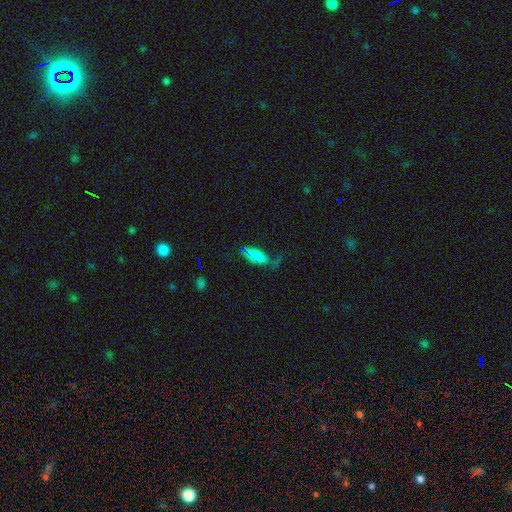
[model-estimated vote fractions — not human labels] Smooth or featured? smooth (59%)
How rounded? in between (67%)
Merging? none (49%)